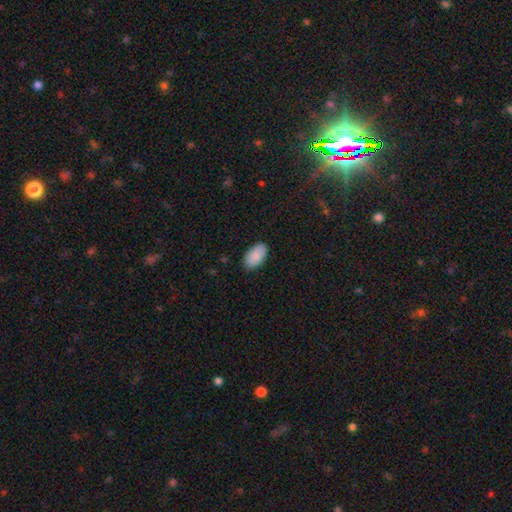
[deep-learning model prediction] Smooth or featured? Predicted: smooth (p=0.90). How rounded? Predicted: in between (p=0.96). Merging? Predicted: none (p=0.87).